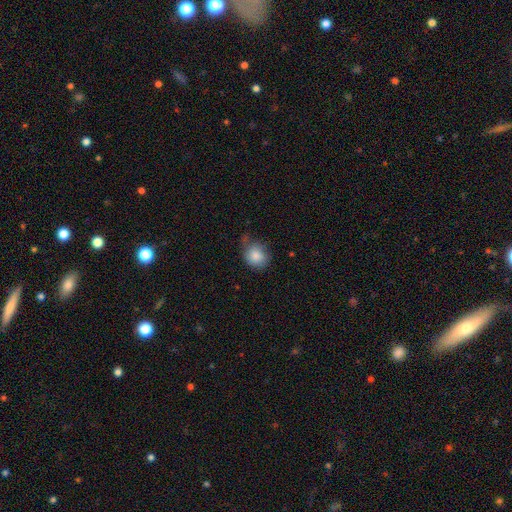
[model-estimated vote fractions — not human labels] Smooth or featured? Predicted: smooth (p=0.85). How rounded? Predicted: round (p=0.75). Merging? Predicted: none (p=0.53).